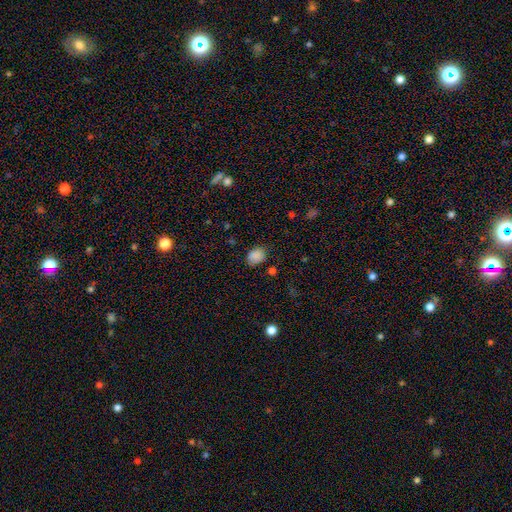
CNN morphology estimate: A smooth galaxy with no disk features (85%) that is in between round and cigar-shaped (62%). Merging: none (72%).